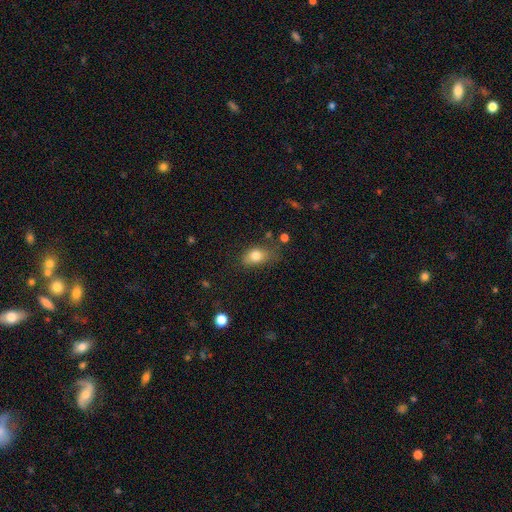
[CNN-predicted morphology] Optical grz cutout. It shows a smooth galaxy with no disk features (80%) that is in between round and cigar-shaped (79%). Merging: none (56%).